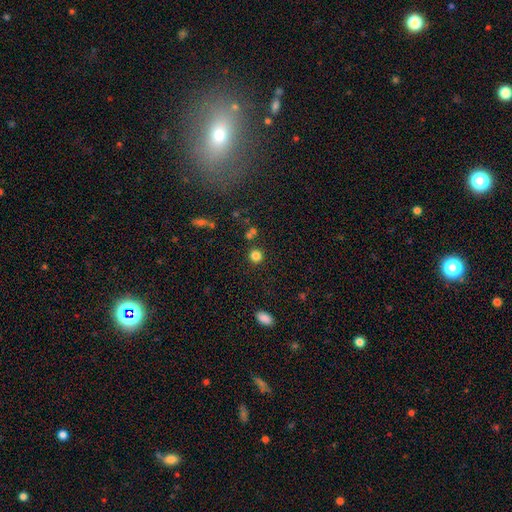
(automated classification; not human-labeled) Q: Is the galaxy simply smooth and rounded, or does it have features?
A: smooth — 82%.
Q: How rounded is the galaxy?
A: round — 91%.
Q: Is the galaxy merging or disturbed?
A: none — 84%.